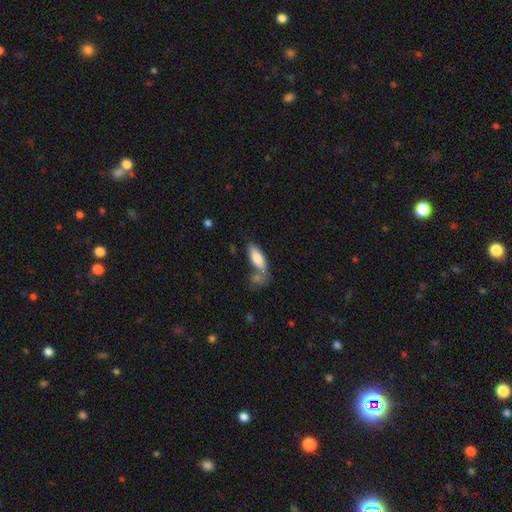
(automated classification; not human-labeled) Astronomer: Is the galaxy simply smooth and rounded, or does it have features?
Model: smooth — 79%.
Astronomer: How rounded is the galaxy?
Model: in between — 61% (runner-up: cigar-shaped, 37%).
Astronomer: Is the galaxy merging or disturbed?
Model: none — 50% (runner-up: merger, 27%).